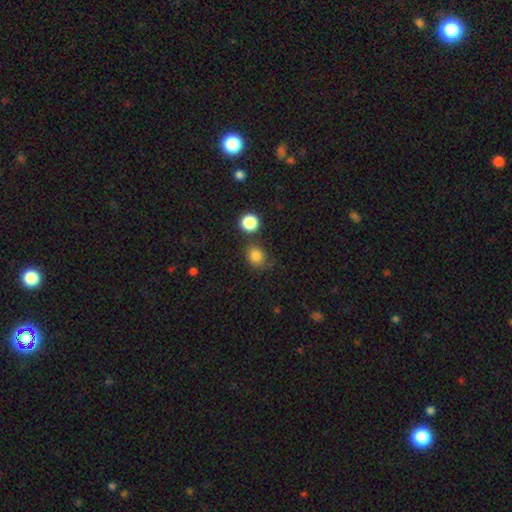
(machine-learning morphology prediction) smooth 83%, star or artifact 12%, featured or disk 5%. Down the decision tree: how rounded — round (73%); merging — none (73%).